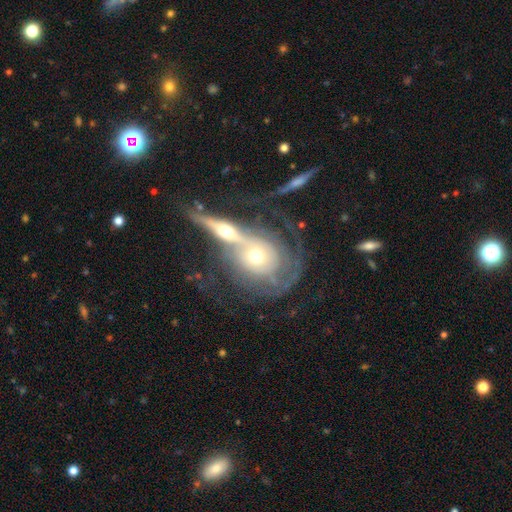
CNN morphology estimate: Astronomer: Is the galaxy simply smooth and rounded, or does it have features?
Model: featured or disk — 75%.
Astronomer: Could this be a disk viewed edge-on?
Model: no — 84%.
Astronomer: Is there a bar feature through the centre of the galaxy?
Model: no — 77%.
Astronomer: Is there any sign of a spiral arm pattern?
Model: yes — 78%.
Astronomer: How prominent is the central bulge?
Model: moderate — 55% (runner-up: small, 38%).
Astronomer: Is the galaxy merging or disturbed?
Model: merger — 51% (runner-up: none, 31%).